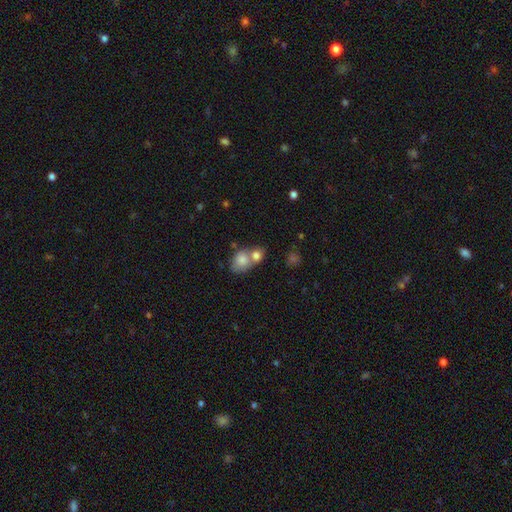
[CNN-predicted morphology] Q: Smooth or featured?
A: smooth (80%); runner-up: featured or disk (12%)
Q: How rounded?
A: in between (58%); runner-up: round (40%)
Q: Merging?
A: merger (61%); runner-up: none (26%)